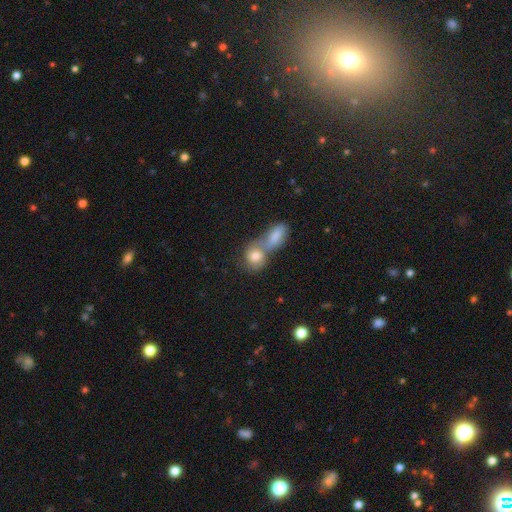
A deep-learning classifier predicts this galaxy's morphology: This is likely a smooth galaxy (77%). How rounded: possibly round (52%). Merging: likely merger (64%).